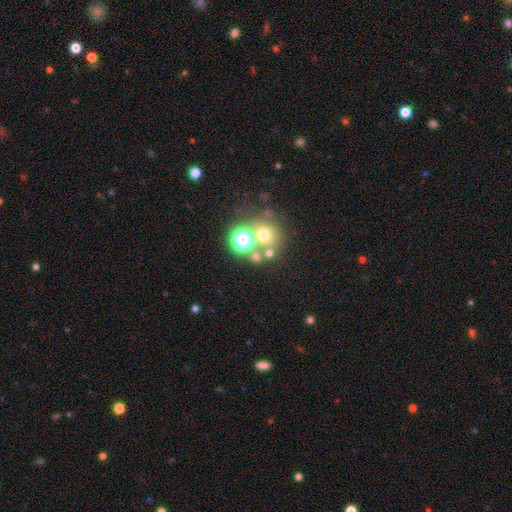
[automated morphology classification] This is possibly a smooth galaxy (56%). How rounded: likely round (78%). Merging: possibly none (58%).